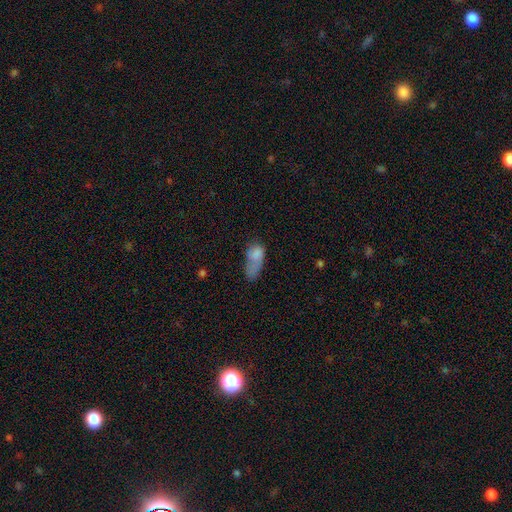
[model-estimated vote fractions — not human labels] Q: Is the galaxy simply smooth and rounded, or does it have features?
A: smooth — 73%.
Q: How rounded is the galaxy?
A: in between — 86%.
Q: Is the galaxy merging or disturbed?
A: major disturbance — 41%.